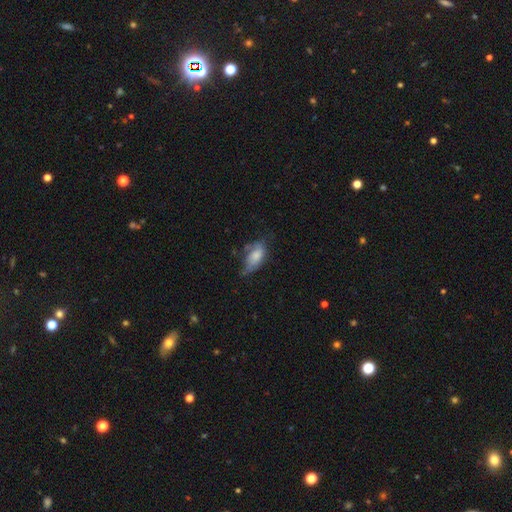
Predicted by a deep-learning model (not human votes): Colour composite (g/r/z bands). It shows a smooth galaxy with no disk features (64%) that is in between round and cigar-shaped (90%). Merging: minor disturbance (38%).